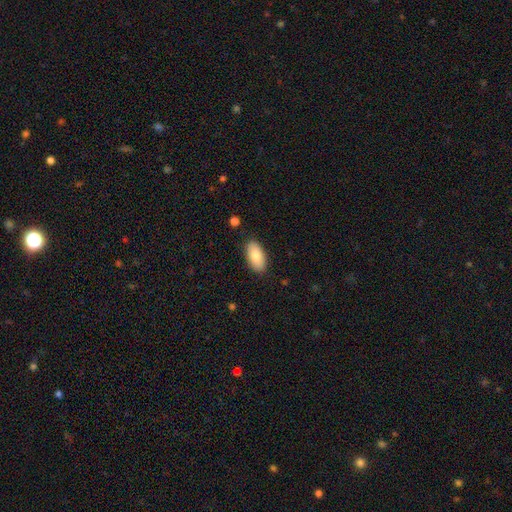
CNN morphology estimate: Smooth or featured?
  - smooth: 83% *
  - featured or disk: 11%
  - star or artifact: 6%
How rounded?
  - in between: 94% *
  - cigar-shaped: 3%
  - round: 2%
Merging?
  - none: 87% *
  - minor disturbance: 10%
  - major disturbance: 2%
  - merger: 1%